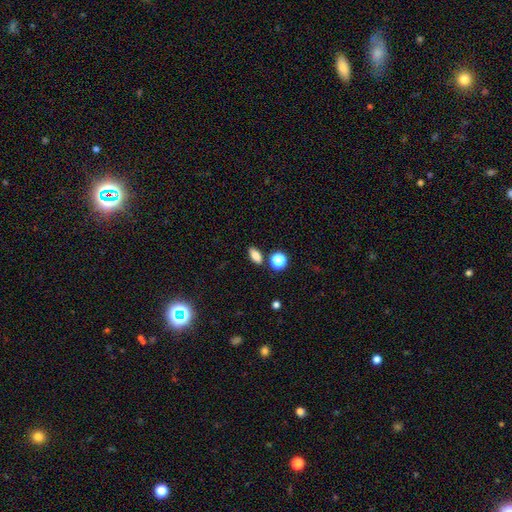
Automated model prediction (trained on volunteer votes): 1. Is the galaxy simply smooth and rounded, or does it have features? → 80% smooth, 12% star or artifact, 8% featured or disk.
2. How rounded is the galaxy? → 80% in between, 11% round, 8% cigar-shaped.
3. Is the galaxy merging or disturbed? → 83% none, 9% minor disturbance, 6% merger, 2% major disturbance.